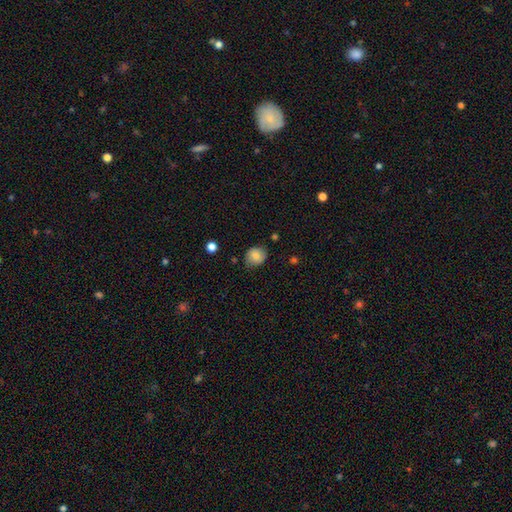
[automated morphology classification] This is clearly a smooth galaxy (80%). How rounded: likely round (69%). Merging: likely none (73%).